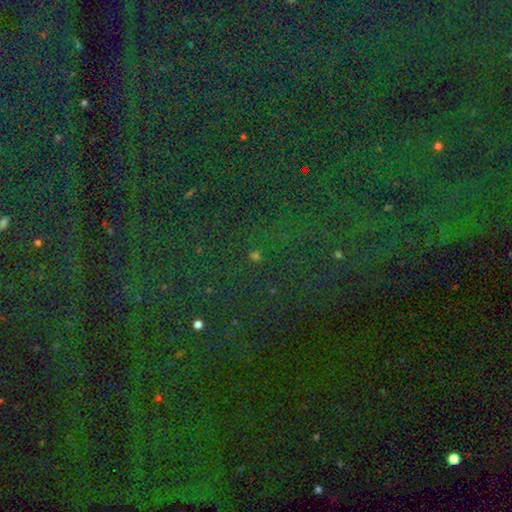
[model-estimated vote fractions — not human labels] Q: Smooth or featured?
A: star or artifact (68%); runner-up: smooth (24%)